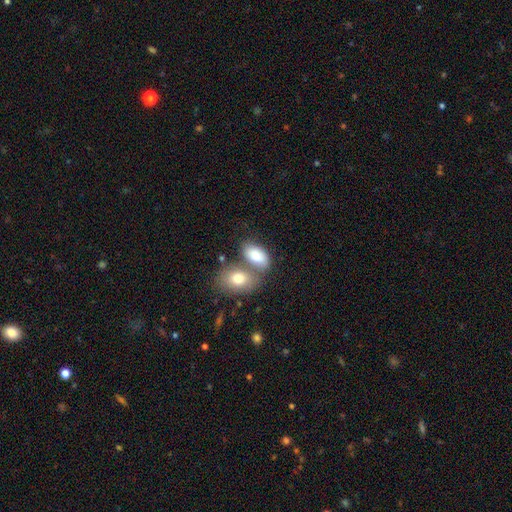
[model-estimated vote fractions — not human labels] A smooth galaxy with no disk features (79%) that is in between round and cigar-shaped (90%). Merging: merger (42%).